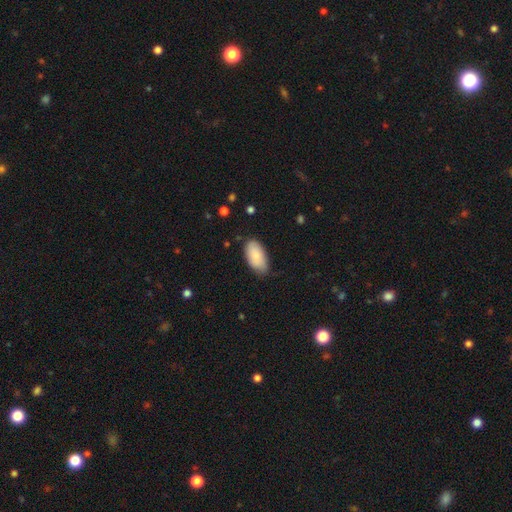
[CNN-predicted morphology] This is clearly a smooth galaxy (82%). How rounded: clearly in between (95%). Merging: likely none (70%).